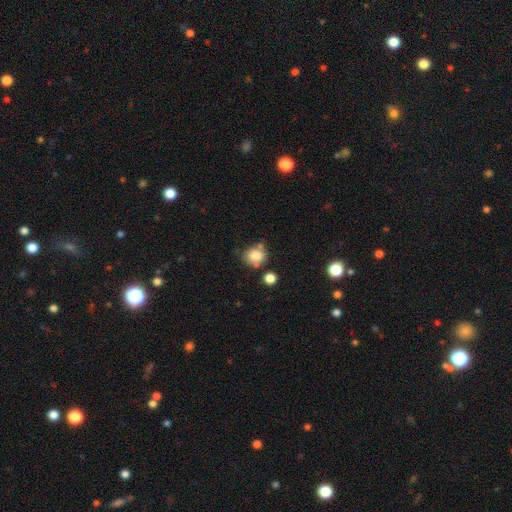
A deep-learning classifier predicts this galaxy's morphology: This appears to be a smooth galaxy with no disk features (79%) that is round (67%). Merging: none (50%).